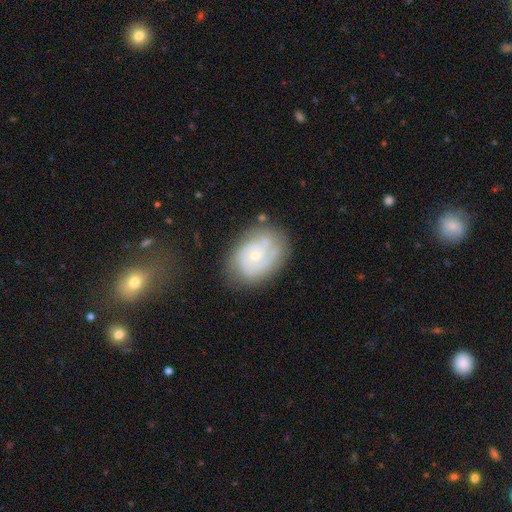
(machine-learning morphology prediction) This is likely a featured or disk galaxy (76%). It is clearly not viewed edge-on (97%). Bar: likely no (70%). Spiral arm pattern: clearly yes (91%). Spiral arm count: marginally 2 (35%). Spiral winding: possibly tight (59%). Central bulge: likely small (67%). Merging: likely none (69%).